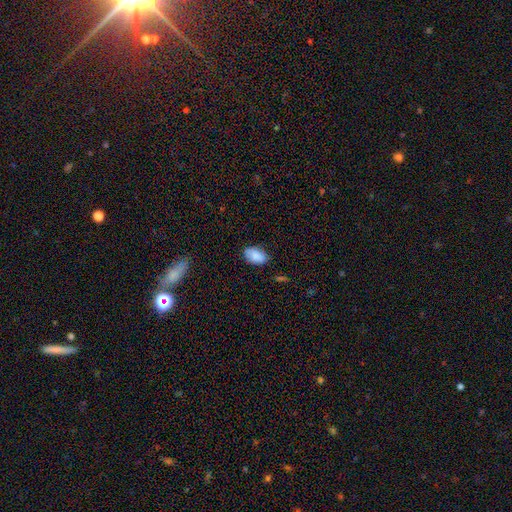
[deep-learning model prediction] A smooth galaxy with no disk features (88%) that is in between round and cigar-shaped (92%).

Vote fractions:
- Smooth or featured? smooth: 88% / star or artifact: 7% / featured or disk: 5%
- How rounded? in between: 92% / round: 6% / cigar-shaped: 2%
- Merging? none: 79% / minor disturbance: 16% / major disturbance: 3% / merger: 1%